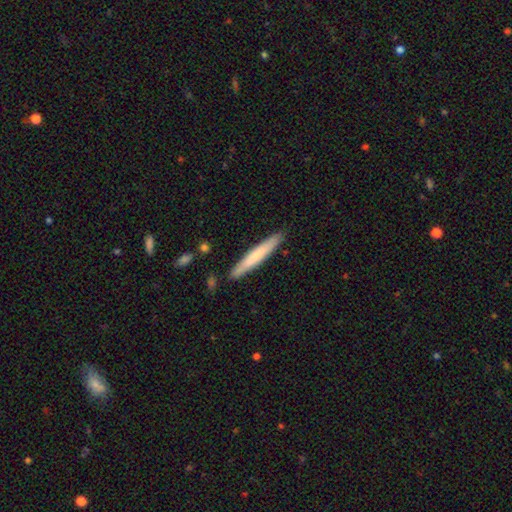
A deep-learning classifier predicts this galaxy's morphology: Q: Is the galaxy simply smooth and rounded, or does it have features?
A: smooth — 67%.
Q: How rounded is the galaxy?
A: cigar-shaped — 95%.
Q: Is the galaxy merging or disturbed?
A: none — 89%.